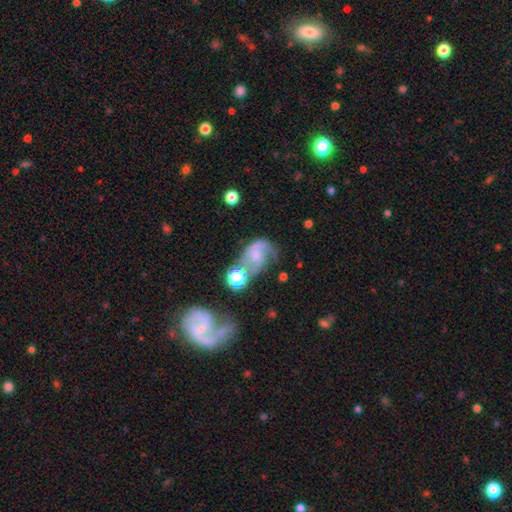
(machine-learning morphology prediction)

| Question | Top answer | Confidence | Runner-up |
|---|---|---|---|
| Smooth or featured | featured or disk | 64% | smooth (24%) |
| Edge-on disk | no | 97% | yes (3%) |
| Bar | no | 60% | weak (33%) |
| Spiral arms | yes | 87% | no (13%) |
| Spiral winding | medium | 43% | loose (41%) |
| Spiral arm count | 2 | 67% | 1 (15%) |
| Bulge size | small | 50% | moderate (24%) |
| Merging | none | 34% | major disturbance (27%) |